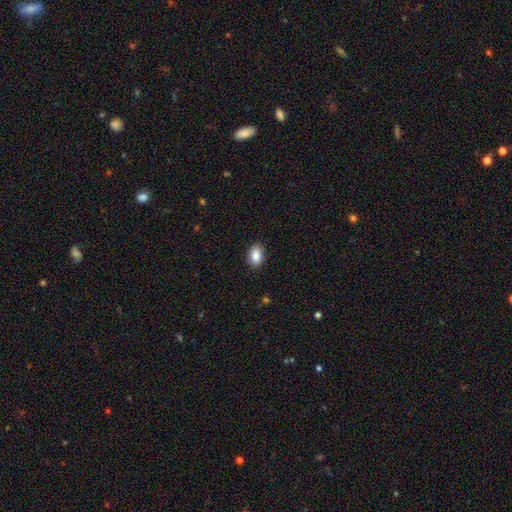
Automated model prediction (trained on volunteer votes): The model was most divided on "how rounded": in between: 87%, round: 12%, cigar-shaped: 1%. More confident: merging — none (89%); smooth or featured — smooth (87%).